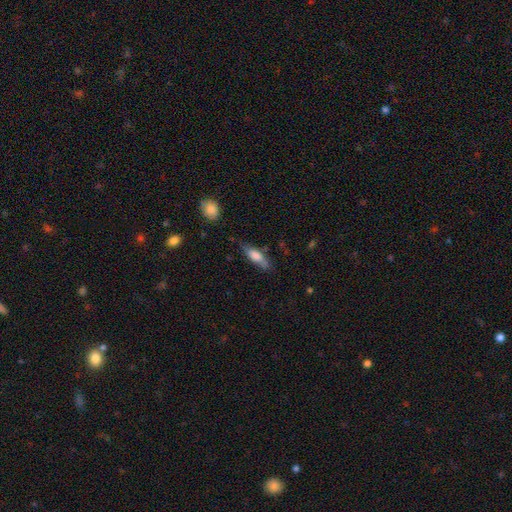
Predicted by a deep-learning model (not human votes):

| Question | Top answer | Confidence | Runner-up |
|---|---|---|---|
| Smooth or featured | smooth | 67% | featured or disk (26%) |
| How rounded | in between | 50% | cigar-shaped (48%) |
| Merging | none | 68% | minor disturbance (24%) |